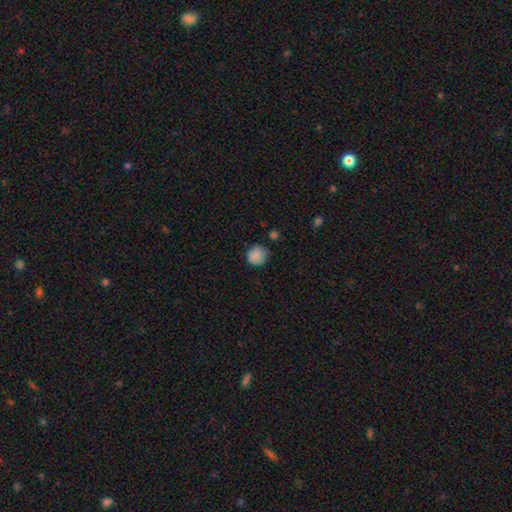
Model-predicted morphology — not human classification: A smooth galaxy with no disk features (86%) that is round (87%). Merging: none (71%).